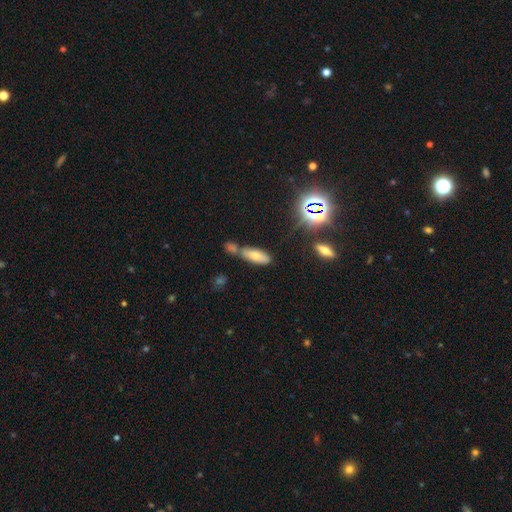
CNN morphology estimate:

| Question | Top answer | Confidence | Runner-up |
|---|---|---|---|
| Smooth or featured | smooth | 70% | featured or disk (16%) |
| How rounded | in between | 66% | cigar-shaped (31%) |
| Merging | none | 45% | merger (35%) |